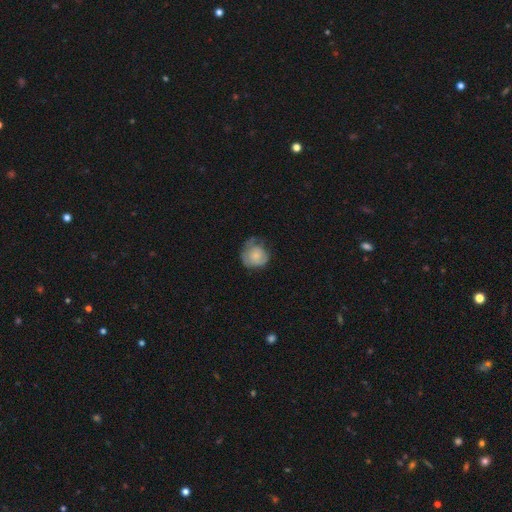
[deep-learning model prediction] A smooth galaxy with no disk features (61%) that is round (78%). Merging: none (42%).